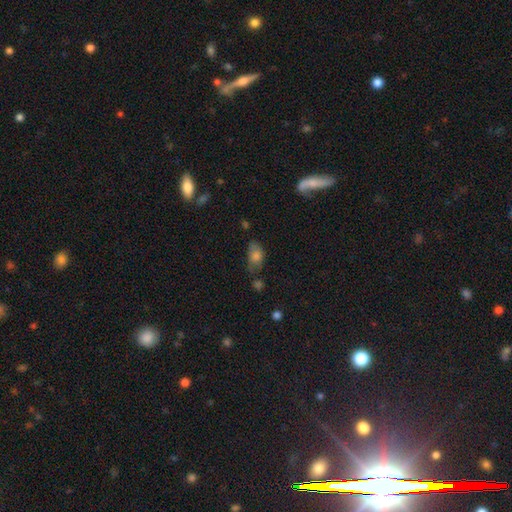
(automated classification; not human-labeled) Q: Smooth or featured?
A: smooth (73%); runner-up: featured or disk (16%)
Q: How rounded?
A: in between (86%); runner-up: round (10%)
Q: Merging?
A: none (42%); runner-up: minor disturbance (33%)